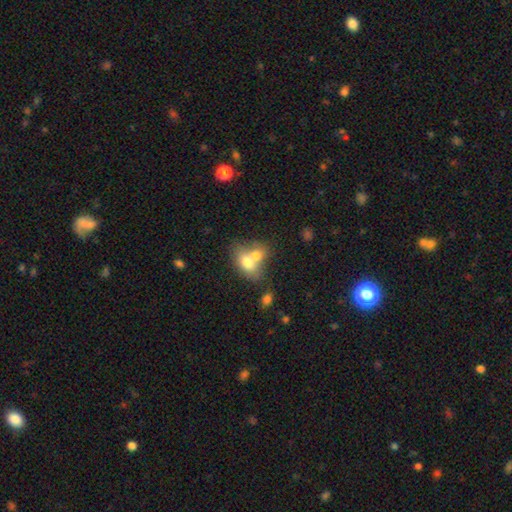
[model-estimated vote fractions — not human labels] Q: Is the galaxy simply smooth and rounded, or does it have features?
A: smooth — 70%.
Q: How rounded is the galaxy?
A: in between — 72%.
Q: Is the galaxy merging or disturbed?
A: merger — 68%.